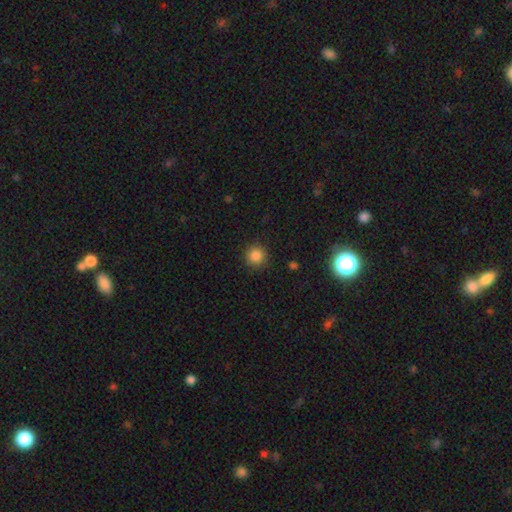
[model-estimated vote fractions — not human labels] Morphology: type=smooth (85%); roundness=round (94%); merging=none (90%).